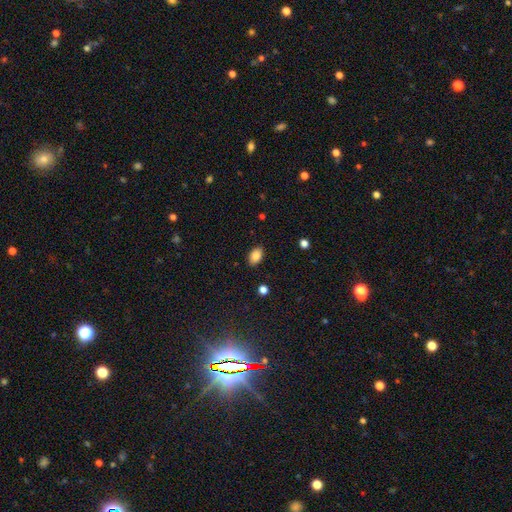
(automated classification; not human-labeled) Morphology: type=smooth (86%); roundness=in between (89%); merging=none (87%).